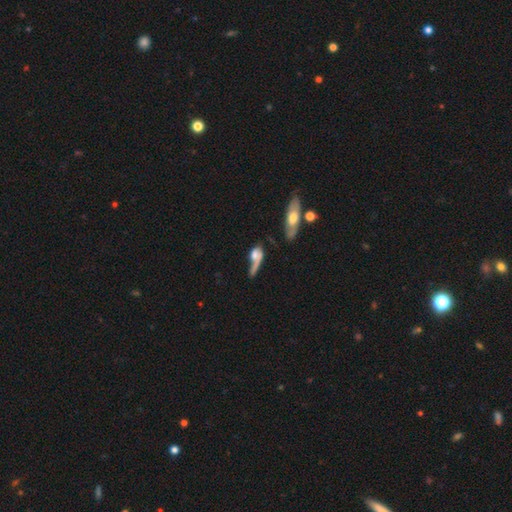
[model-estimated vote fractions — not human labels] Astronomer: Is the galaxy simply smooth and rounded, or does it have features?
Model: smooth — 51% (runner-up: featured or disk, 41%).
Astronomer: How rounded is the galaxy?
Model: in between — 61%.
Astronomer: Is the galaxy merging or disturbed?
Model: major disturbance — 38% (runner-up: merger, 24%).